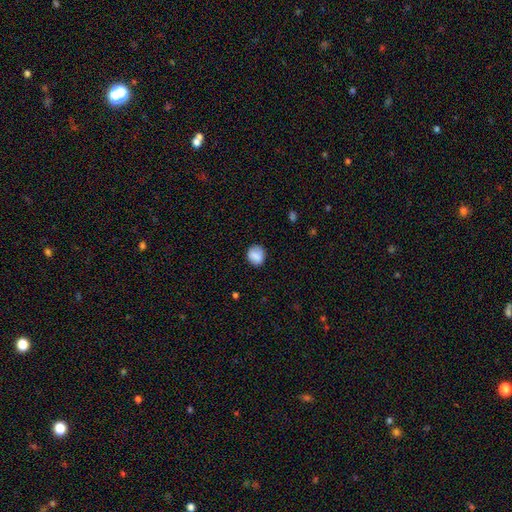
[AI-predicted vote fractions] Morphology: type=smooth (81%); roundness=round (71%); merging=none (81%).